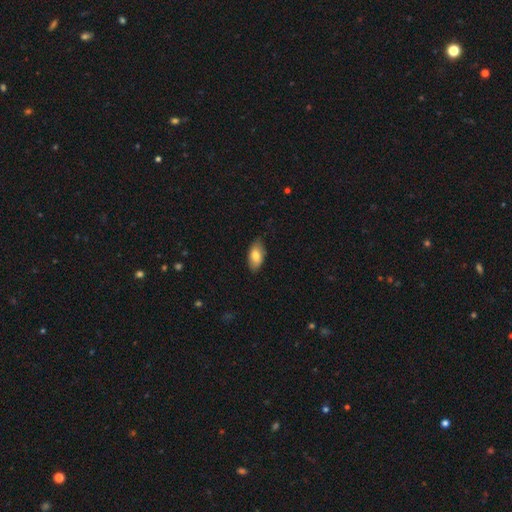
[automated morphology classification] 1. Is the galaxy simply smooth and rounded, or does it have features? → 79% smooth, 14% featured or disk, 7% star or artifact.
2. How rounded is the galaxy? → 93% in between, 3% cigar-shaped, 3% round.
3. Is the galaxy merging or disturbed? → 81% none, 15% minor disturbance, 2% major disturbance, 1% merger.